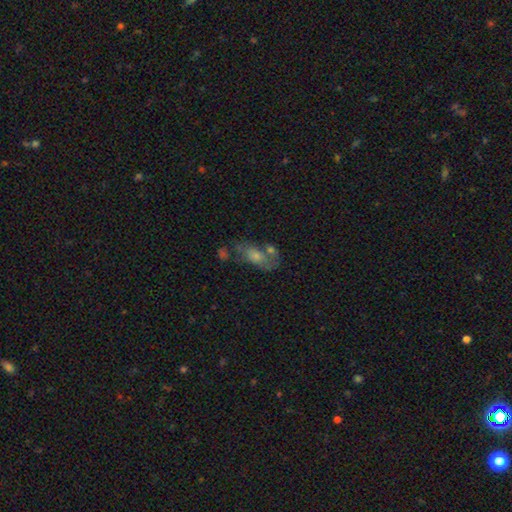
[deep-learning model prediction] featured or disk 44%, smooth 40%, star or artifact 16%. Down the decision tree: merging — none (44%).